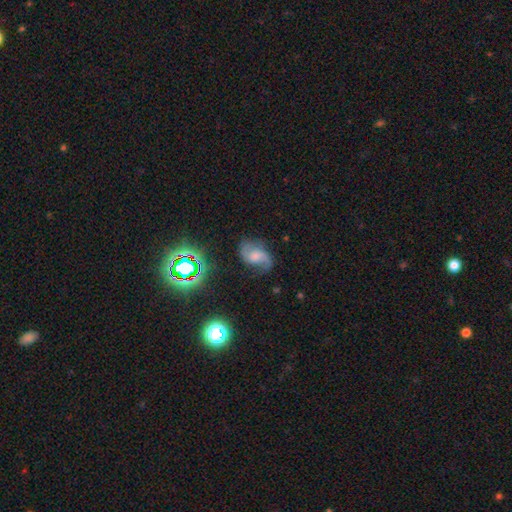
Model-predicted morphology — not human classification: Smooth or featured?
  - featured or disk: 73% *
  - smooth: 16%
  - star or artifact: 11%
Edge-on disk?
  - no: 97% *
  - yes: 3%
Bar?
  - no: 54% *
  - weak: 38%
  - strong: 8%
Spiral arms?
  - yes: 95% *
  - no: 5%
Spiral winding?
  - loose: 50% *
  - medium: 40%
  - tight: 11%
Spiral arm count?
  - 2: 87% *
  - 1: 5%
  - can't tell: 5%
  - 3: 1%
  - 4: 1%
  - more than 4: 1%
Bulge size?
  - none: 30% *
  - moderate: 29%
  - small: 28%
  - large: 11%
  - dominant: 2%
Merging?
  - none: 65% *
  - minor disturbance: 21%
  - major disturbance: 12%
  - merger: 2%